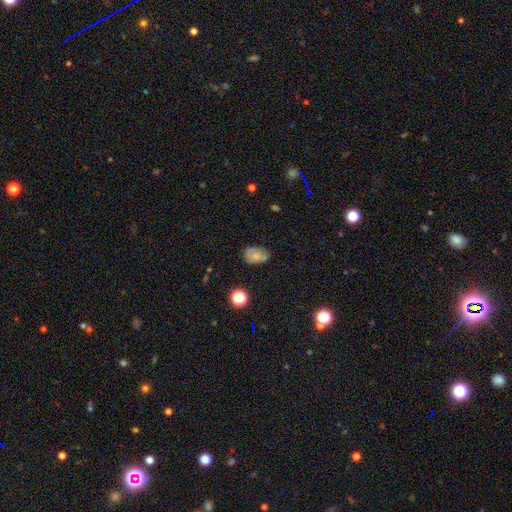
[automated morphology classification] The model was most divided on "merging": none: 50%, minor disturbance: 32%, major disturbance: 10%, merger: 7%. More confident: how rounded — in between (78%); smooth or featured — smooth (67%).